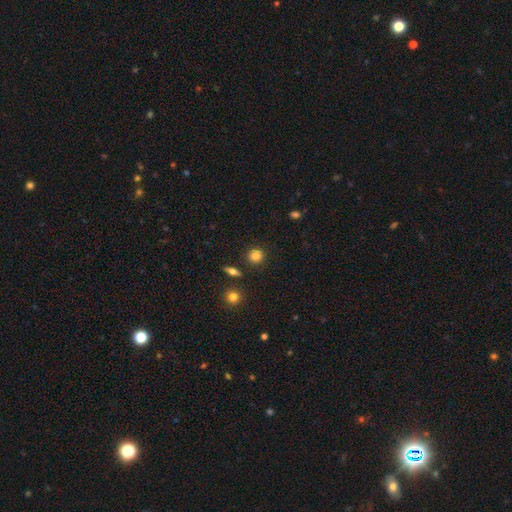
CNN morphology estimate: This appears to be a smooth galaxy with no disk features (82%) that is round (91%). Merging: none (88%).